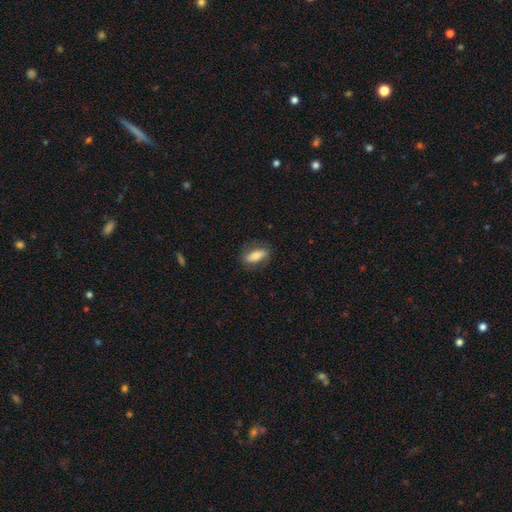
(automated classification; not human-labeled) Smooth or featured?
  - smooth: 67% *
  - featured or disk: 26%
  - star or artifact: 7%
How rounded?
  - in between: 69% *
  - cigar-shaped: 27%
  - round: 4%
Merging?
  - none: 77% *
  - minor disturbance: 17%
  - major disturbance: 5%
  - merger: 1%